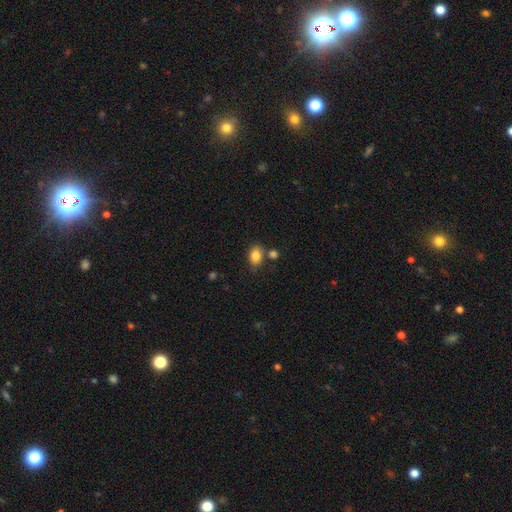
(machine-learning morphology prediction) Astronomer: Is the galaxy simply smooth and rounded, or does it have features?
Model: smooth — 84%.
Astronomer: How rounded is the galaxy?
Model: in between — 71%.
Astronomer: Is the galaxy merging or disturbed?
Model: none — 67%.